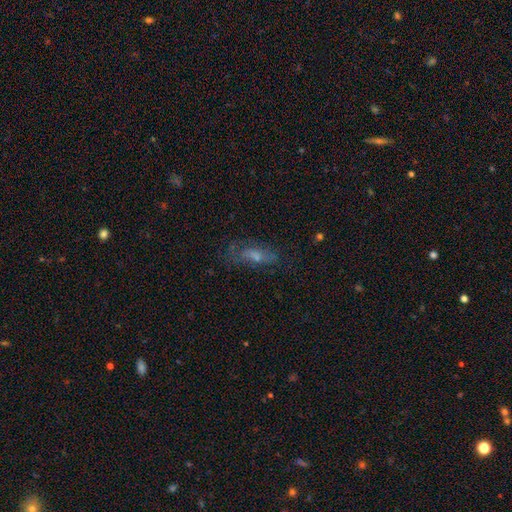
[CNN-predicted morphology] type=featured or disk (47%); merging=none (65%).